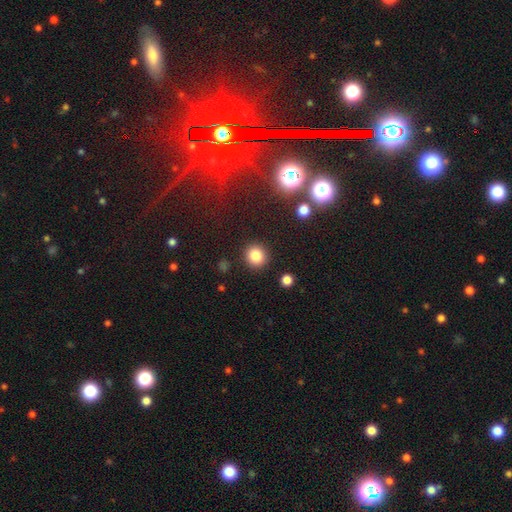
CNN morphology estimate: Smooth or featured?
  - smooth: 83% *
  - star or artifact: 12%
  - featured or disk: 5%
How rounded?
  - round: 90% *
  - in between: 9%
  - cigar-shaped: 1%
Merging?
  - none: 90% *
  - minor disturbance: 6%
  - major disturbance: 2%
  - merger: 2%